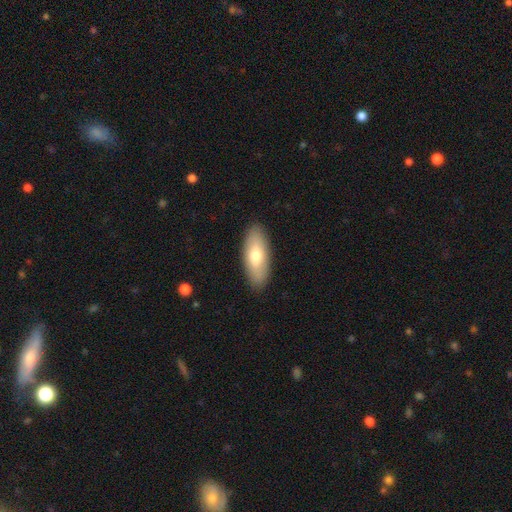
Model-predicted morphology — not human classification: Smooth or featured: smooth — 70% (featured or disk — 25%)
How rounded: in between — 77% (cigar-shaped — 21%)
Merging: none — 88% (minor disturbance — 9%)